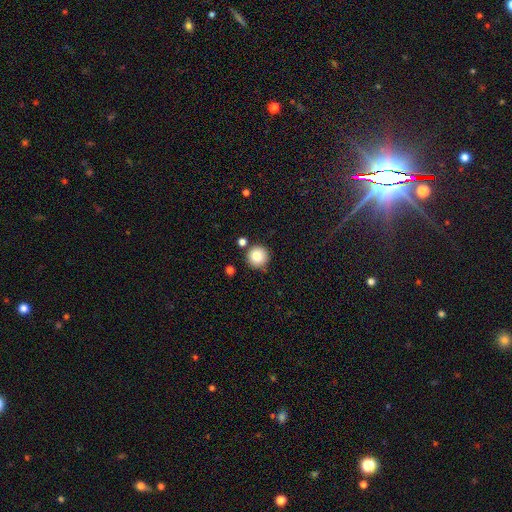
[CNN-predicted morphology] This appears to be a smooth galaxy with no disk features (83%) that is round (95%). Merging: none (83%).